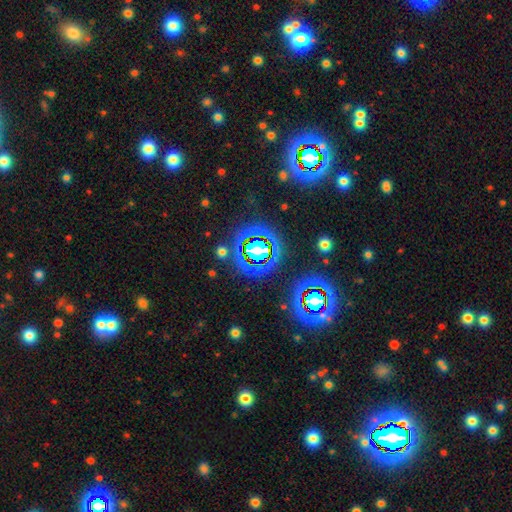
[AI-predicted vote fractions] A star or artifact, not a galaxy (76%).

Vote fractions:
- Smooth or featured? star or artifact: 76% / smooth: 14% / featured or disk: 10%